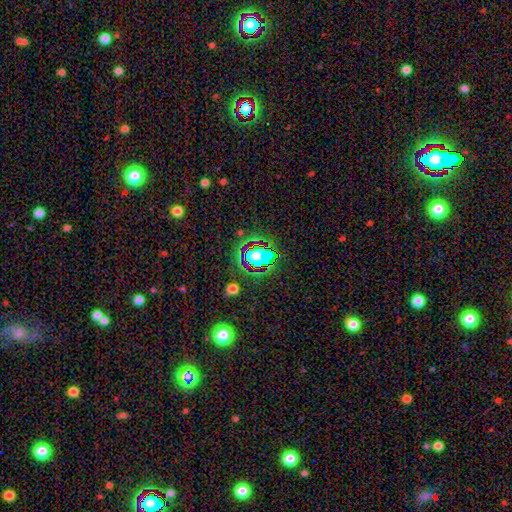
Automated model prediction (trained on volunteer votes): Smooth or featured? star or artifact (52%)